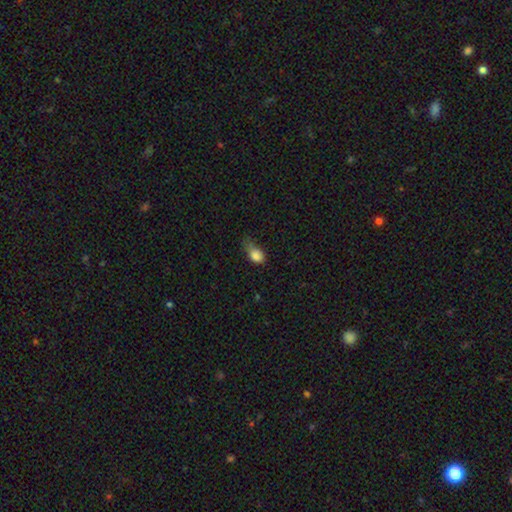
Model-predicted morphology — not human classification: Q: Smooth or featured?
A: smooth (83%); runner-up: star or artifact (9%)
Q: How rounded?
A: in between (76%); runner-up: round (22%)
Q: Merging?
A: minor disturbance (42%); runner-up: none (28%)